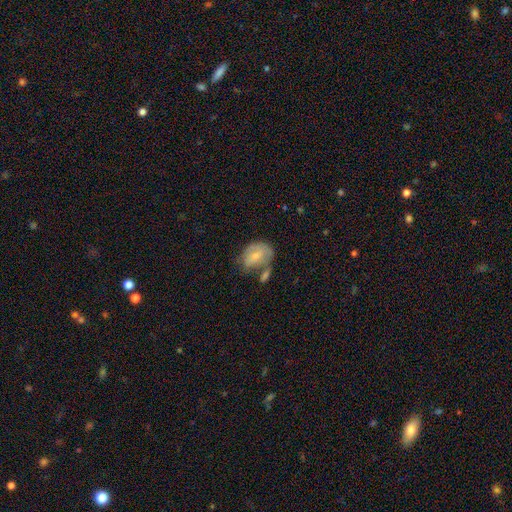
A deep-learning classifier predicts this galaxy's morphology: smooth_or_featured: smooth (p=0.59) [alt: featured or disk p=0.34]
how_rounded: in between (p=0.70) [alt: round p=0.28]
merging: none (p=0.35) [alt: minor disturbance p=0.25]